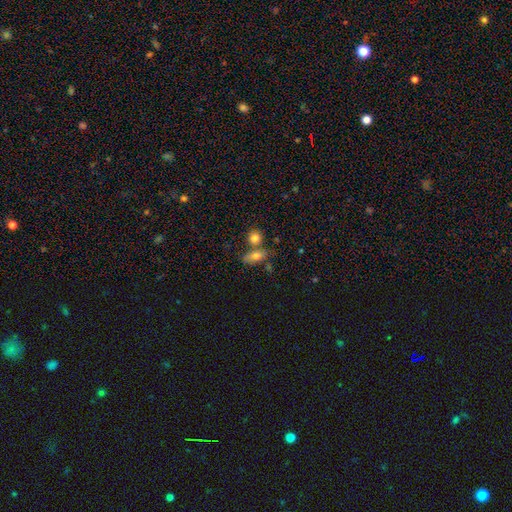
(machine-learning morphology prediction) A smooth galaxy with no disk features (72%) that is in between round and cigar-shaped (72%). Merging: none (55%).